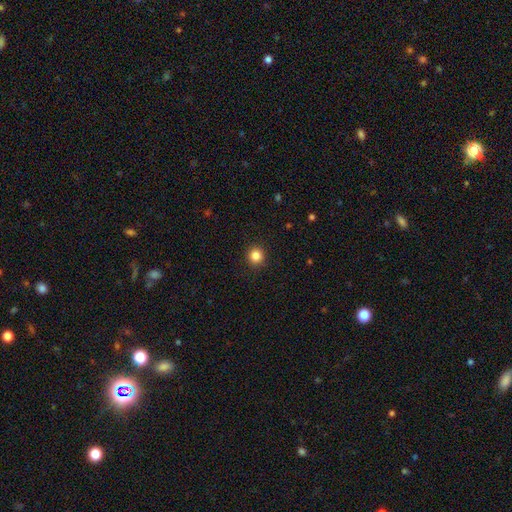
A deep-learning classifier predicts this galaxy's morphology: Q: Smooth or featured?
A: smooth (85%); runner-up: star or artifact (11%)
Q: How rounded?
A: round (94%); runner-up: in between (5%)
Q: Merging?
A: none (92%); runner-up: minor disturbance (5%)